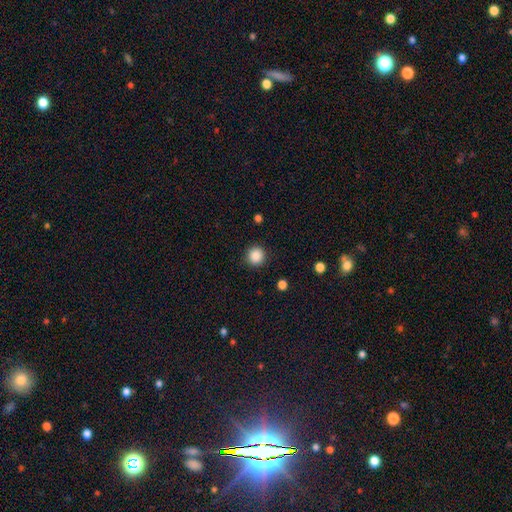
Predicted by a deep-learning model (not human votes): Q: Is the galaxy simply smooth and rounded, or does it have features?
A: smooth — 88%.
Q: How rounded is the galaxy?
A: round — 94%.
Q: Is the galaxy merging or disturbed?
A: none — 91%.